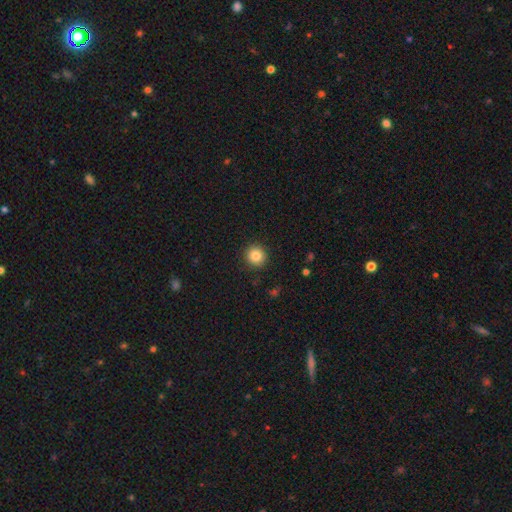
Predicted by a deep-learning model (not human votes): smooth 85%, star or artifact 10%, featured or disk 5%. Down the decision tree: how rounded — round (94%); merging — none (91%).